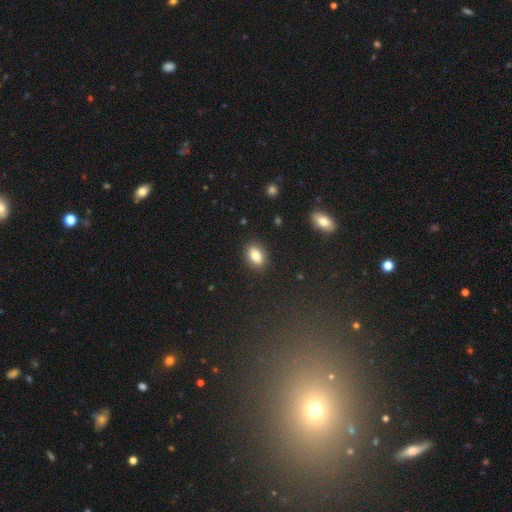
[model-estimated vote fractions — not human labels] smooth_or_featured: smooth (p=0.79) [alt: featured or disk p=0.12]
how_rounded: in between (p=0.85) [alt: round p=0.13]
merging: none (p=0.87) [alt: minor disturbance p=0.09]